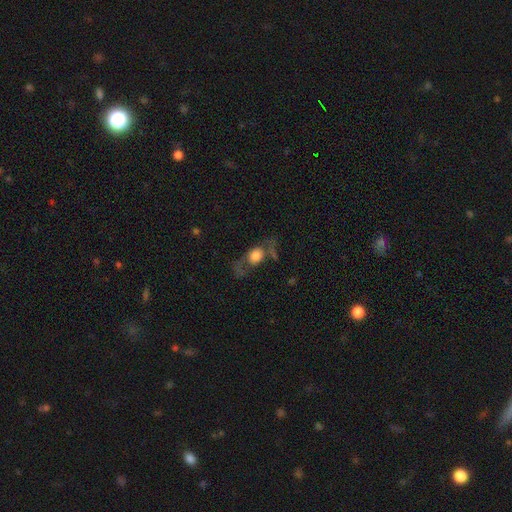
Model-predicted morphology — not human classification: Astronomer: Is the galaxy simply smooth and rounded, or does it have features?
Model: smooth — 51% (runner-up: featured or disk, 40%).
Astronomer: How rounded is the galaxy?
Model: in between — 54% (runner-up: round, 38%).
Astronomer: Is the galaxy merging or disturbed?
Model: none — 49% (runner-up: major disturbance, 26%).